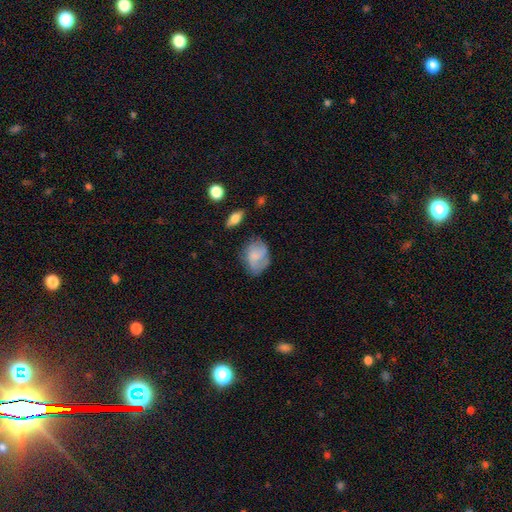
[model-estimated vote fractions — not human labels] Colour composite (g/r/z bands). It shows a smooth galaxy with no disk features (61%) that is in between round and cigar-shaped (67%). Merging: none (55%).